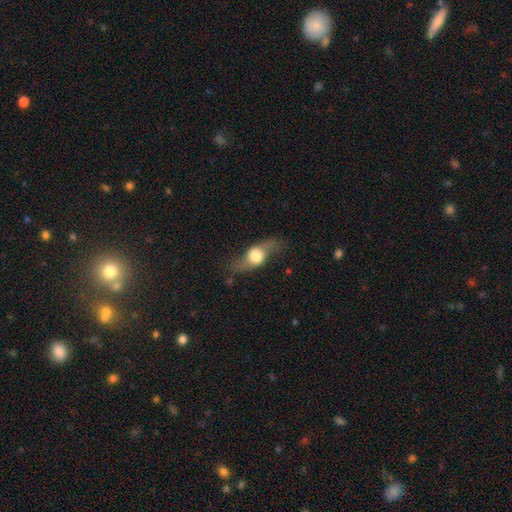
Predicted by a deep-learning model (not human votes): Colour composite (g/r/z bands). It shows a featured or disk galaxy (59%) viewed edge-on (52%). Merging: none (66%).